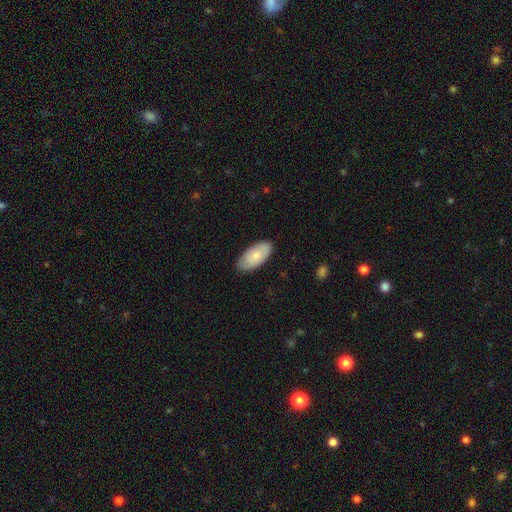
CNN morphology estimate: Q: Smooth or featured?
A: smooth (76%); runner-up: featured or disk (19%)
Q: How rounded?
A: in between (94%); runner-up: cigar-shaped (4%)
Q: Merging?
A: none (83%); runner-up: minor disturbance (14%)